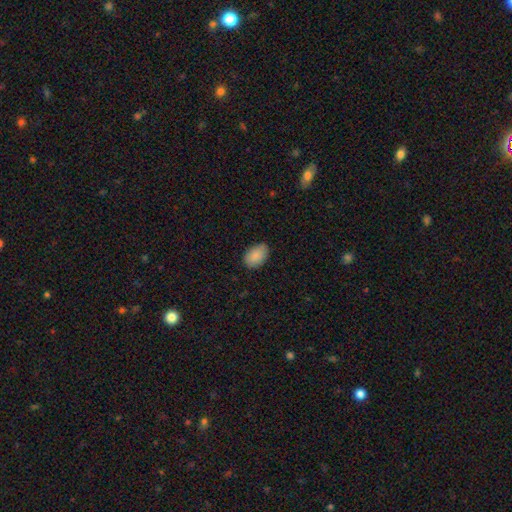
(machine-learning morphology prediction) smooth_or_featured: smooth (p=0.88) [alt: star or artifact p=0.07]
how_rounded: in between (p=0.89) [alt: round p=0.10]
merging: none (p=0.82) [alt: minor disturbance p=0.15]